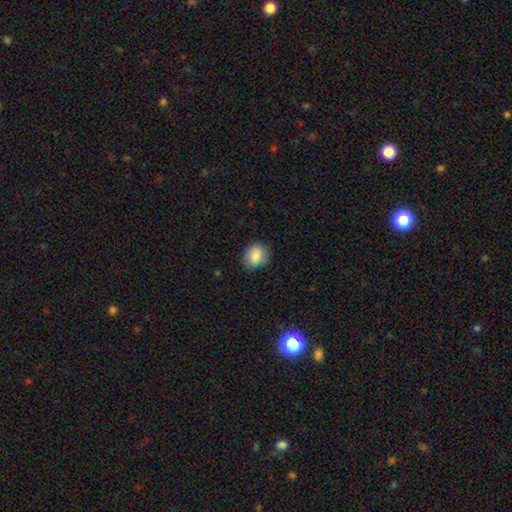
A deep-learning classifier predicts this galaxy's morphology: Overall: smooth (87%). How rounded: round (53%; in between 46%). Merging: none (82%).